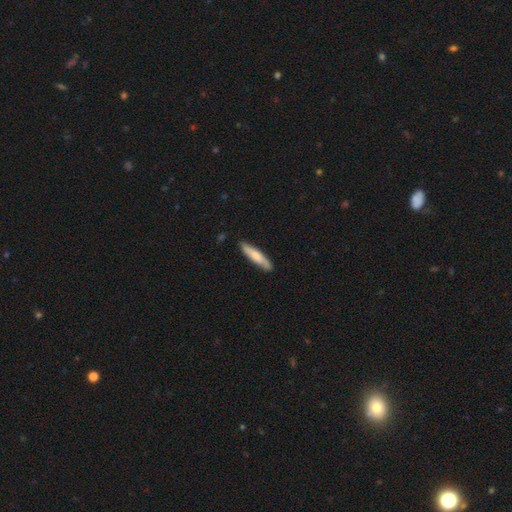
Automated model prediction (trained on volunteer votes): smooth 73%, featured or disk 22%, star or artifact 5%. Down the decision tree: how rounded — cigar-shaped (85%); merging — none (86%).